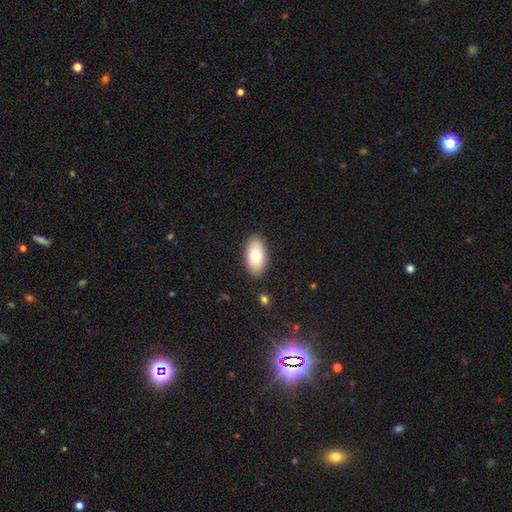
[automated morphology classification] This is likely a smooth galaxy (75%). How rounded: clearly in between (94%). Merging: clearly none (89%).